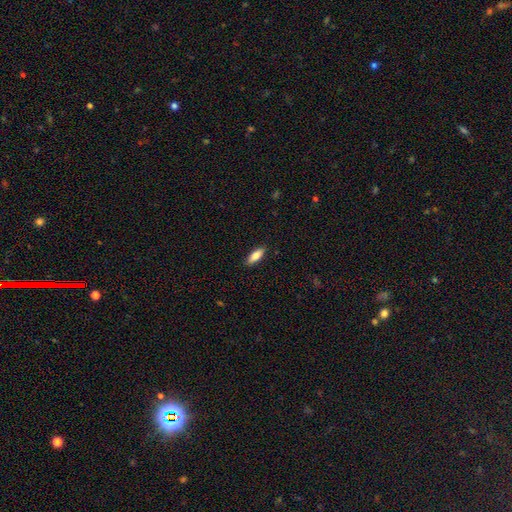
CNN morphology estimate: A smooth galaxy with no disk features (77%) that is in between round and cigar-shaped (66%). Merging: none (89%).